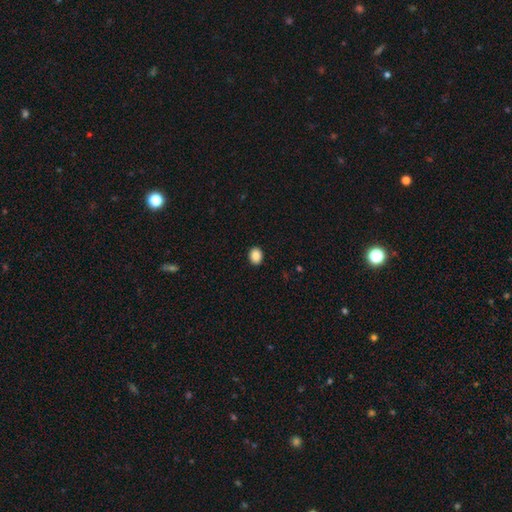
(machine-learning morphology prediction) type=smooth (88%); roundness=in between (55%); merging=none (92%).